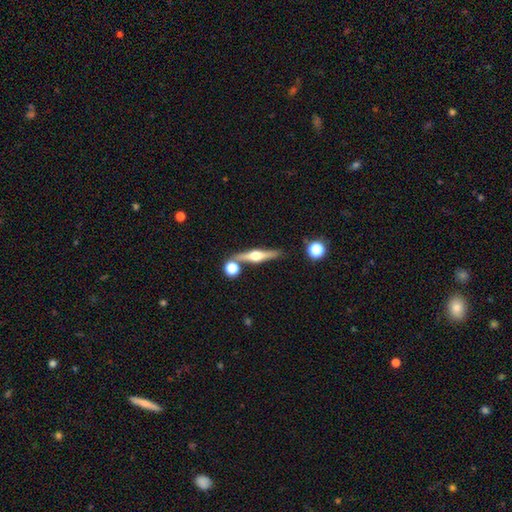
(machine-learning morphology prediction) Smooth or featured: featured or disk — 73% (smooth — 21%)
Edge-on disk: yes — 97% (no — 3%)
Edge-on bulge: rounded — 95% (boxy — 3%)
Merging: none — 80% (merger — 9%)